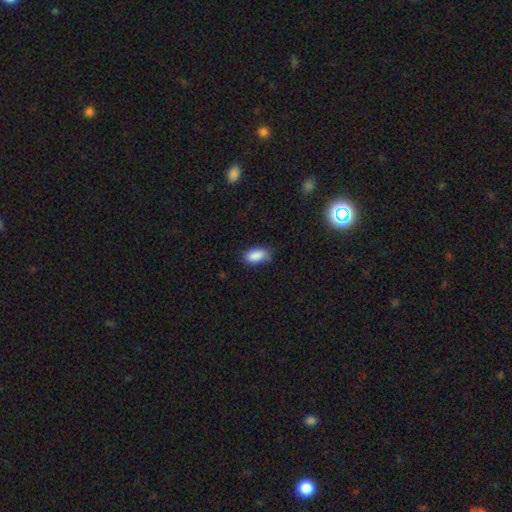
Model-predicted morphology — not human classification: smooth-or-featured: smooth: 88% | star or artifact: 8% | featured or disk: 4%
  how-rounded: in between: 92% | round: 5% | cigar-shaped: 3%
  merging: none: 74% | minor disturbance: 21% | major disturbance: 4% | merger: 1%